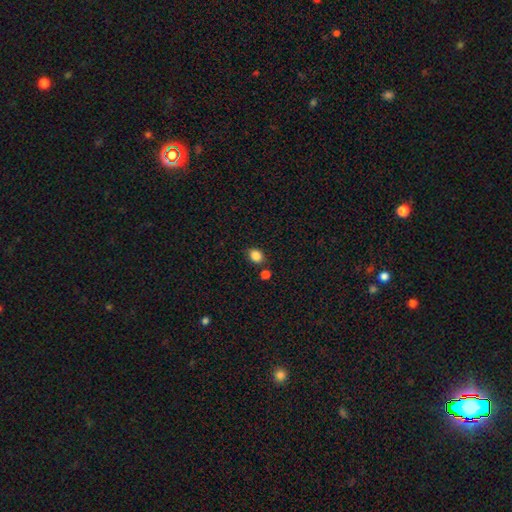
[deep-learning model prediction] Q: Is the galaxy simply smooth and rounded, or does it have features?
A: smooth — 85%.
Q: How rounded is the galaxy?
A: round — 52%.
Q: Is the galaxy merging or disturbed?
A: none — 75%.